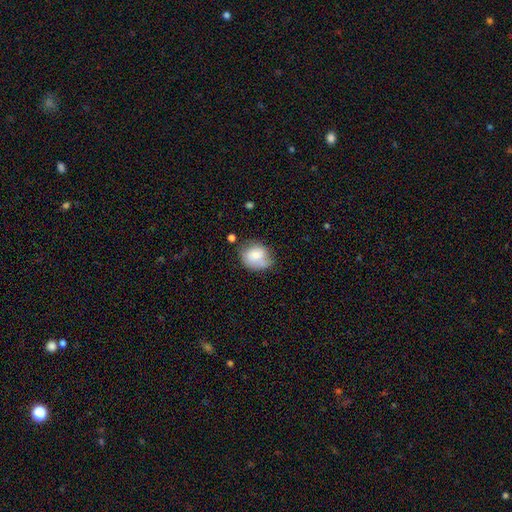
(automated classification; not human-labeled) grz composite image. It shows a smooth galaxy with no disk features (68%) that is round (59%). Merging: none (46%).